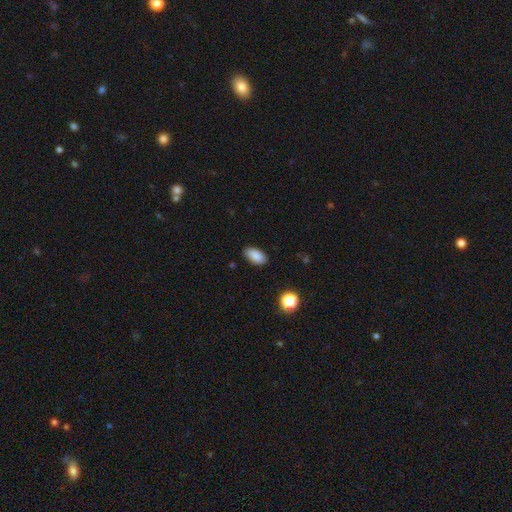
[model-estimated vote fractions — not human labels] smooth 86%, star or artifact 8%, featured or disk 5%. Down the decision tree: how rounded — in between (93%); merging — none (84%).